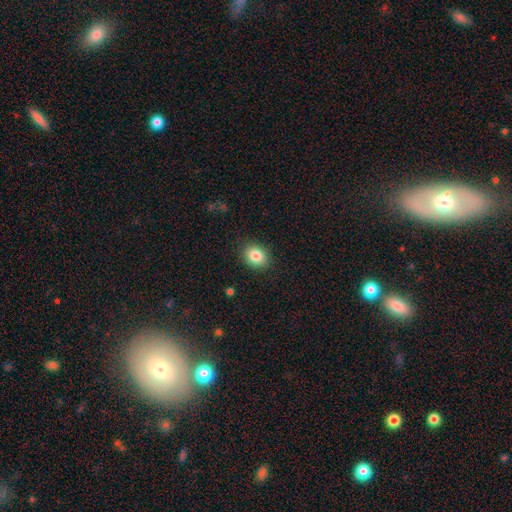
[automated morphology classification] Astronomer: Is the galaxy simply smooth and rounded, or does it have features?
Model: smooth — 84%.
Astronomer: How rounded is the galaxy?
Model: round — 53% (runner-up: in between, 47%).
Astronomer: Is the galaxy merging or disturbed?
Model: none — 88%.